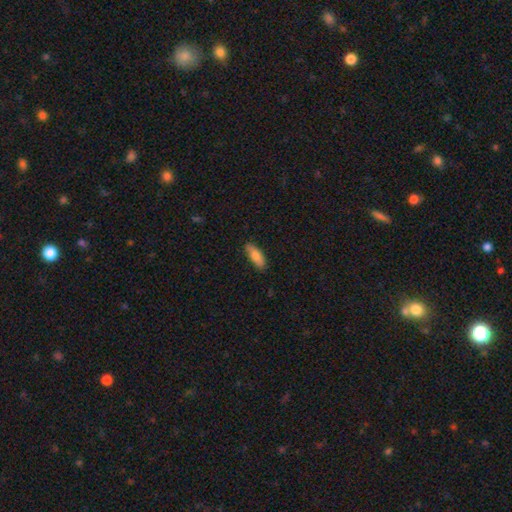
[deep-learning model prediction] A smooth galaxy with no disk features (77%) that is in between round and cigar-shaped (60%). Merging: none (84%).